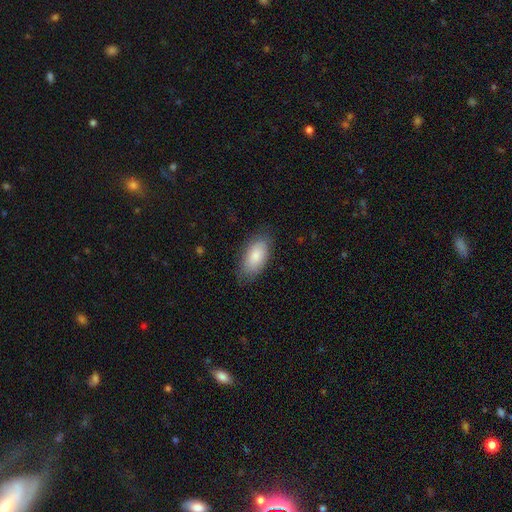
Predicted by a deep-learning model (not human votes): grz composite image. It shows a smooth galaxy with no disk features (82%) that is in between round and cigar-shaped (93%). Merging: none (76%).